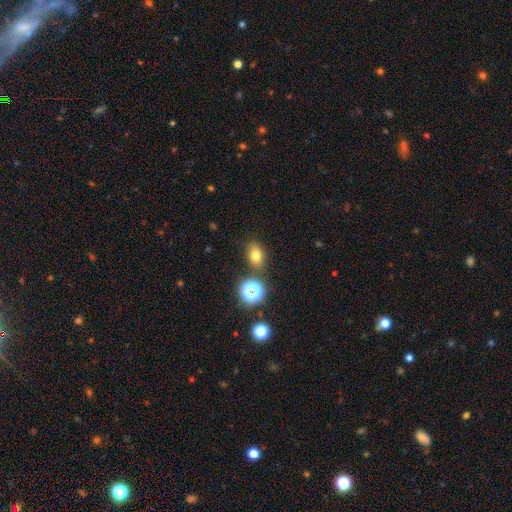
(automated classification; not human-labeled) The model was most divided on "how rounded": in between: 68%, round: 31%, cigar-shaped: 2%. More confident: merging — none (81%); smooth or featured — smooth (73%).